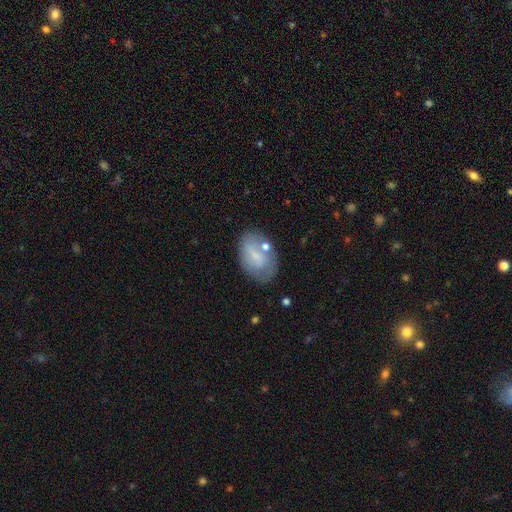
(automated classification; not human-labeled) Smooth or featured? Predicted: smooth (p=0.55). How rounded? Predicted: in between (p=0.87). Merging? Predicted: none (p=0.58).